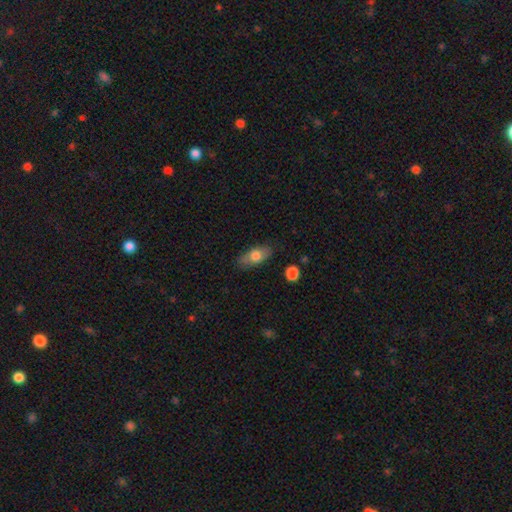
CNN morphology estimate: Q: Smooth or featured?
A: smooth (70%); runner-up: featured or disk (23%)
Q: How rounded?
A: in between (82%); runner-up: cigar-shaped (13%)
Q: Merging?
A: none (81%); runner-up: minor disturbance (14%)